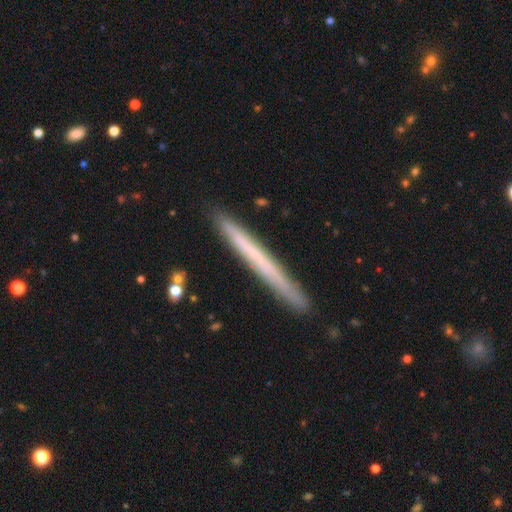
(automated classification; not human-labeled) Q: Smooth or featured?
A: smooth (47%); tied with: featured or disk (47%)
Q: Merging?
A: none (89%); runner-up: minor disturbance (8%)